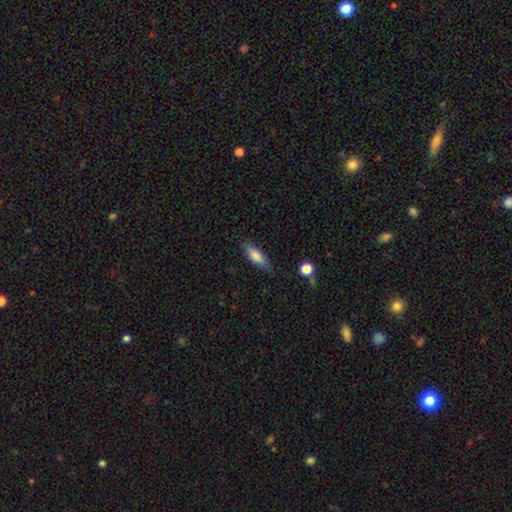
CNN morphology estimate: Smooth or featured? Predicted: smooth (p=0.75). How rounded? Predicted: in between (p=0.51). Merging? Predicted: none (p=0.77).